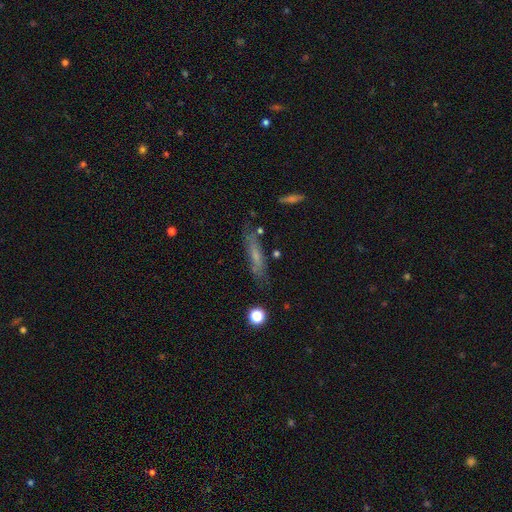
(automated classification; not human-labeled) A smooth galaxy with no disk features (51%) that is cigar-shaped (80%).

Vote fractions:
- Smooth or featured? smooth: 51% / featured or disk: 38% / star or artifact: 11%
- How rounded? cigar-shaped: 80% / in between: 17% / round: 3%
- Merging? none: 75% / minor disturbance: 17% / major disturbance: 5% / merger: 4%